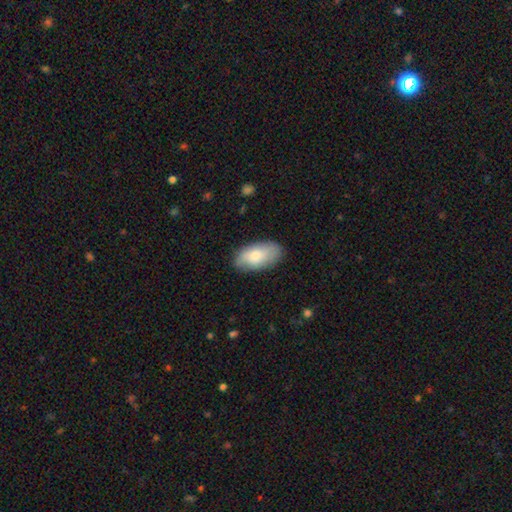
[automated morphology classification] This is likely a smooth galaxy (75%). How rounded: clearly in between (94%). Merging: clearly none (81%).